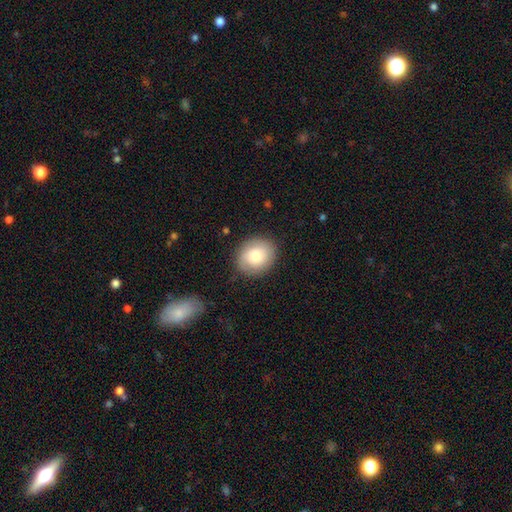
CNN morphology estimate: Smooth or featured: smooth — 78% (featured or disk — 15%)
How rounded: round — 64% (in between — 36%)
Merging: none — 87% (minor disturbance — 10%)